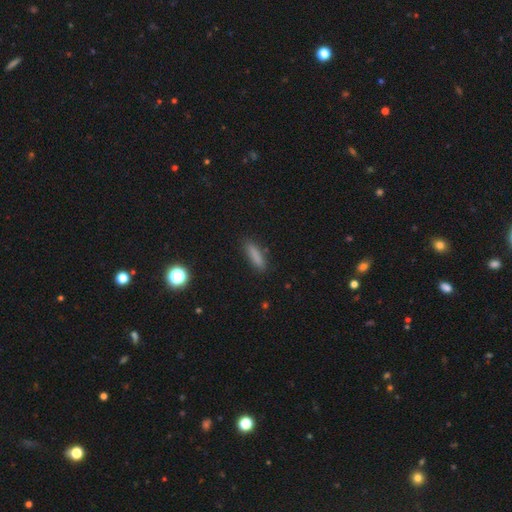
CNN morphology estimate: This is clearly a smooth galaxy (83%). How rounded: likely cigar-shaped (70%). Merging: clearly none (85%).